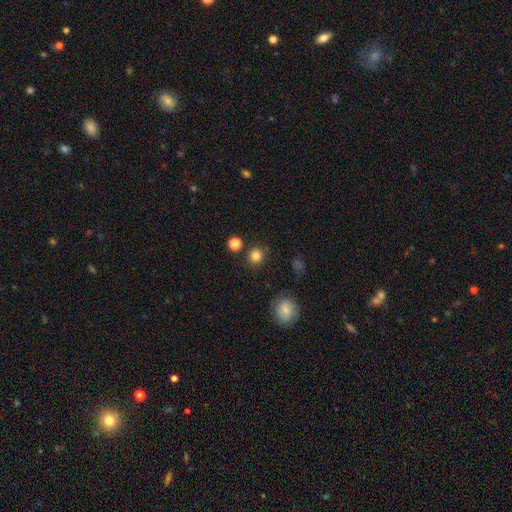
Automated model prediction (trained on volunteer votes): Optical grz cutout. It shows a smooth galaxy with no disk features (83%) that is round (90%). Merging: none (85%).